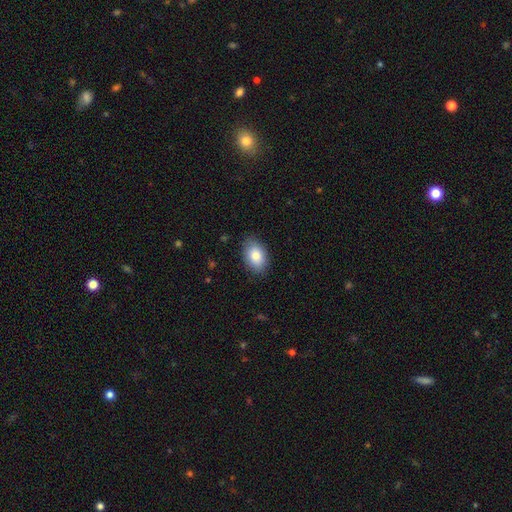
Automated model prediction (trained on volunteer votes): Smooth or featured?
  - smooth: 83% *
  - featured or disk: 10%
  - star or artifact: 7%
How rounded?
  - in between: 88% *
  - round: 10%
  - cigar-shaped: 1%
Merging?
  - none: 85% *
  - minor disturbance: 12%
  - major disturbance: 2%
  - merger: 1%